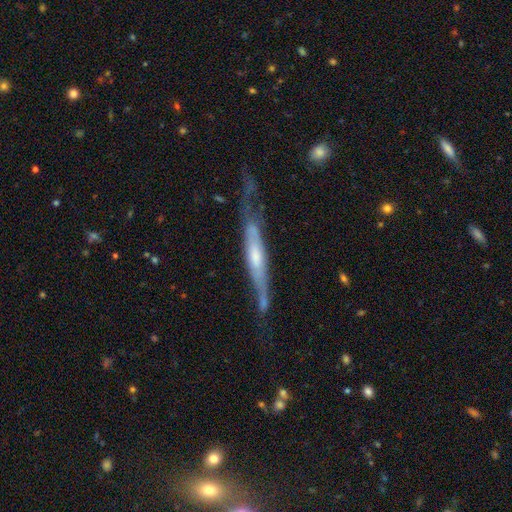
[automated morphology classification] A featured or disk galaxy (74%) viewed edge-on (80%) with a rounded central bulge (40%). Merging: none (52%).